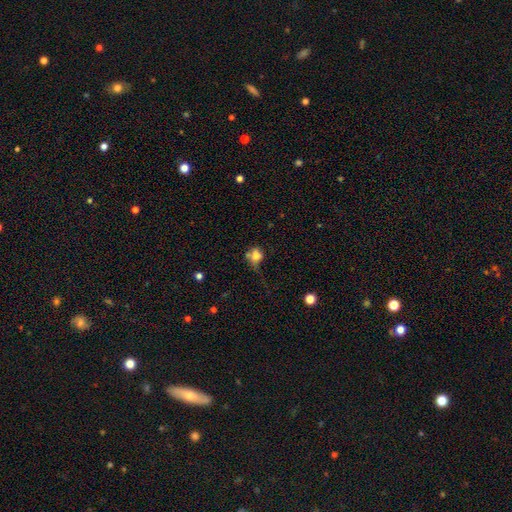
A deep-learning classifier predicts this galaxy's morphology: smooth_or_featured: smooth (p=0.72) [alt: featured or disk p=0.16]
how_rounded: round (p=0.59) [alt: in between p=0.39]
merging: none (p=0.33) [alt: minor disturbance p=0.26]